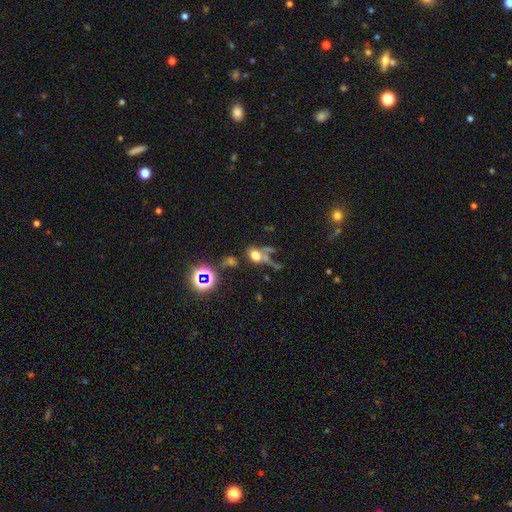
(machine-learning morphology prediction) Smooth or featured? smooth (56%)
How rounded? in between (53%)
Merging? none (33%)